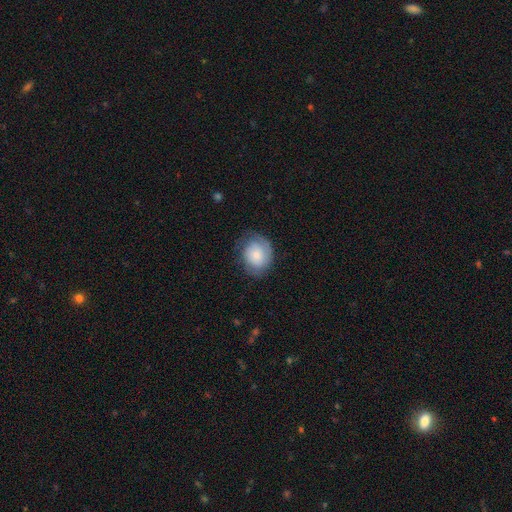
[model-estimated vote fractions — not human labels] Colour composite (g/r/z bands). It shows a smooth galaxy with no disk features (61%) that is round (59%). Merging: none (68%).